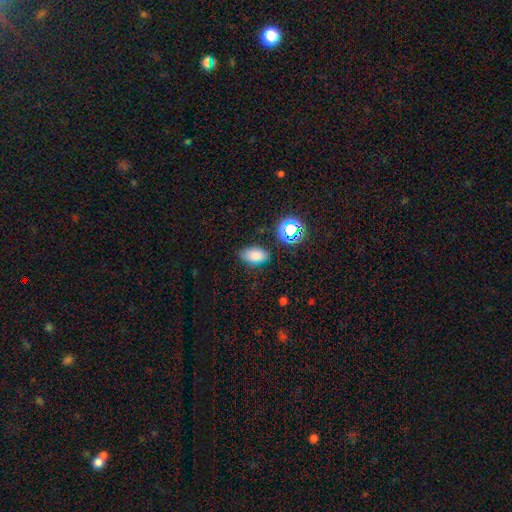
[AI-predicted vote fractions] Smooth or featured? smooth (77%)
How rounded? in between (91%)
Merging? none (81%)